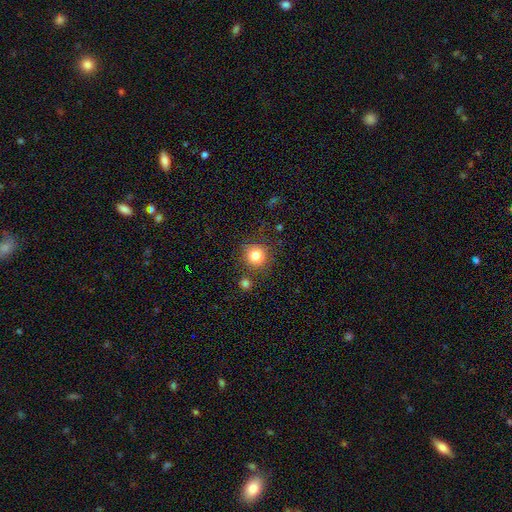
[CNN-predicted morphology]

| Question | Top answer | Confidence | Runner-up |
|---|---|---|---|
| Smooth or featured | smooth | 82% | star or artifact (11%) |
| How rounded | round | 92% | in between (7%) |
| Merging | none | 79% | minor disturbance (10%) |